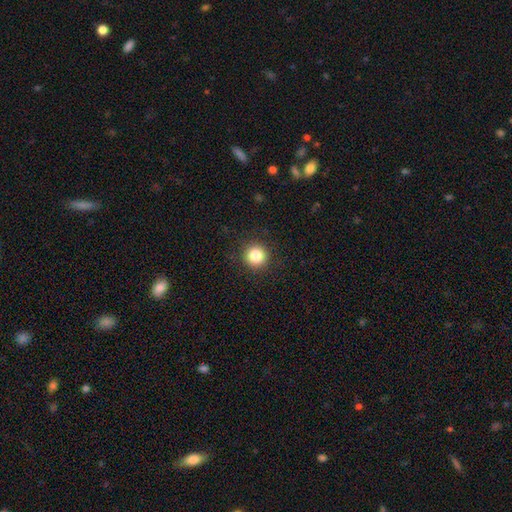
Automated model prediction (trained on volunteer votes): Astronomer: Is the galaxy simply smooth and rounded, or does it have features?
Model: smooth — 85%.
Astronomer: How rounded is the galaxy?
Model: round — 95%.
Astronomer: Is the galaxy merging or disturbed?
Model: none — 92%.